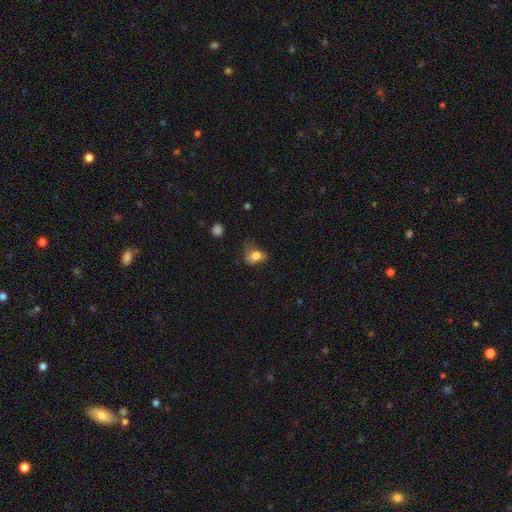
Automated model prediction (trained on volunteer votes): smooth_or_featured: smooth (p=0.75) [alt: featured or disk p=0.15]
how_rounded: in between (p=0.70) [alt: round p=0.28]
merging: minor disturbance (p=0.33) [alt: none p=0.32]